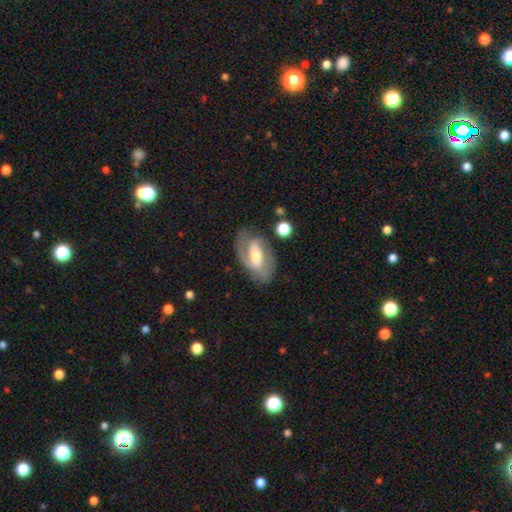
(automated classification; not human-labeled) Smooth or featured: featured or disk — 76% (smooth — 19%)
Edge-on disk: no — 95% (yes — 5%)
Bar: weak — 42% (strong — 30%)
Spiral arms: yes — 87% (no — 13%)
Spiral winding: medium — 47% (tight — 36%)
Spiral arm count: 2 — 74% (1 — 11%)
Bulge size: moderate — 61% (small — 25%)
Merging: none — 69% (minor disturbance — 19%)